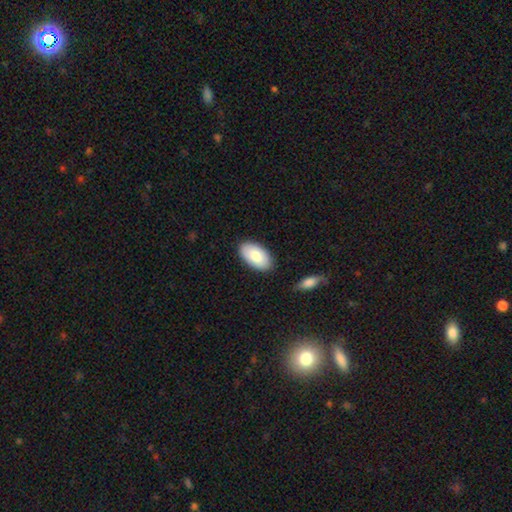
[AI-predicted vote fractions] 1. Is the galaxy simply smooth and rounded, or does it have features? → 81% smooth, 13% featured or disk, 5% star or artifact.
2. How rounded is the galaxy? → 96% in between, 3% round, 2% cigar-shaped.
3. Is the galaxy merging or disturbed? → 86% none, 10% minor disturbance, 2% merger, 2% major disturbance.